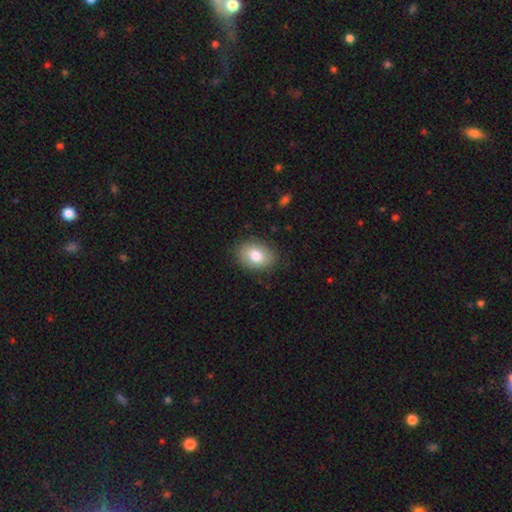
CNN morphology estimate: The model was most divided on "how rounded": in between: 77%, round: 22%, cigar-shaped: 1%. More confident: merging — none (84%); smooth or featured — smooth (79%).